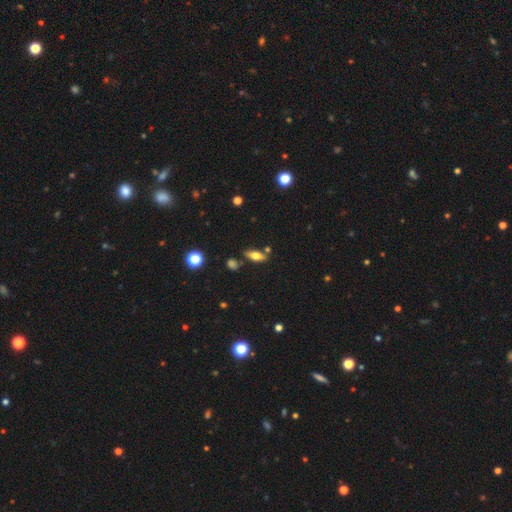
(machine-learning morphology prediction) Smooth or featured? smooth (64%)
How rounded? in between (73%)
Merging? none (76%)